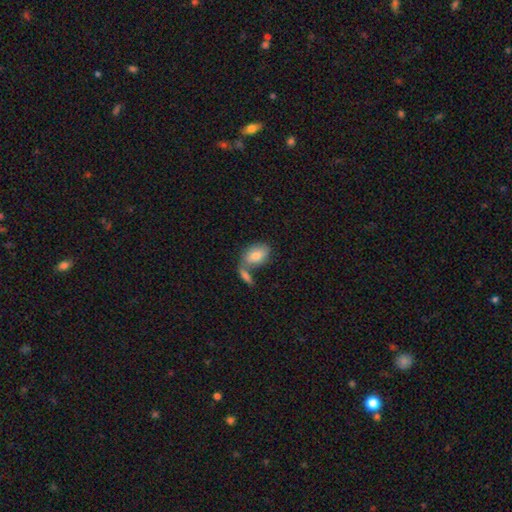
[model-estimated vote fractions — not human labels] Smooth or featured?
  - smooth: 76% *
  - featured or disk: 17%
  - star or artifact: 7%
How rounded?
  - in between: 91% *
  - round: 6%
  - cigar-shaped: 4%
Merging?
  - none: 43% *
  - merger: 39%
  - minor disturbance: 12%
  - major disturbance: 5%